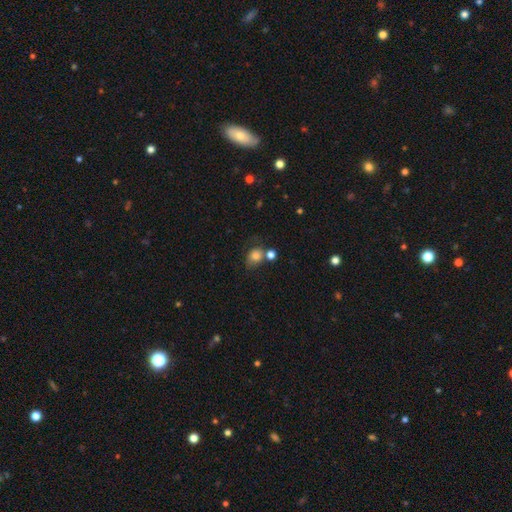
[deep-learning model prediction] This is likely a smooth galaxy (79%). How rounded: likely round (61%). Merging: possibly none (50%).